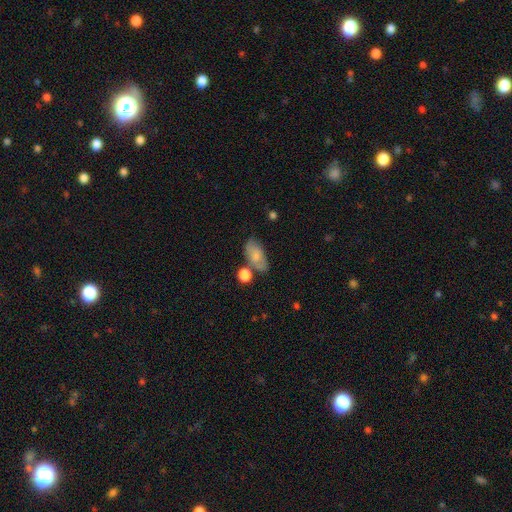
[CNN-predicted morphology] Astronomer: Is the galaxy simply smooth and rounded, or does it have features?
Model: smooth — 73%.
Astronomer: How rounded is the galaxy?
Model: in between — 90%.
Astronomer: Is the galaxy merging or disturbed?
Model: none — 58%.